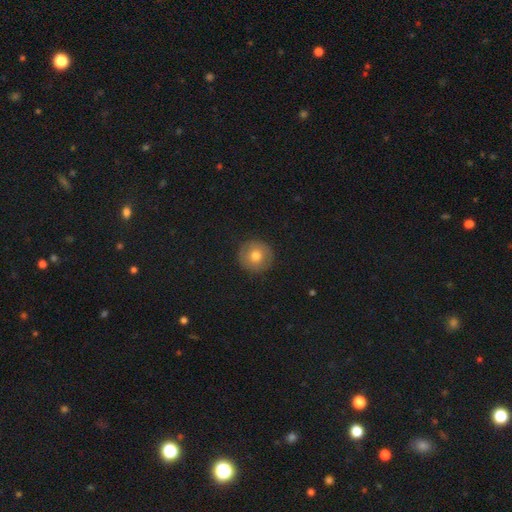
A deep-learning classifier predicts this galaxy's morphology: smooth-or-featured: smooth: 72% | featured or disk: 19% | star or artifact: 9%
  how-rounded: round: 95% | in between: 4% | cigar-shaped: 1%
  merging: none: 90% | minor disturbance: 7% | major disturbance: 2% | merger: 1%